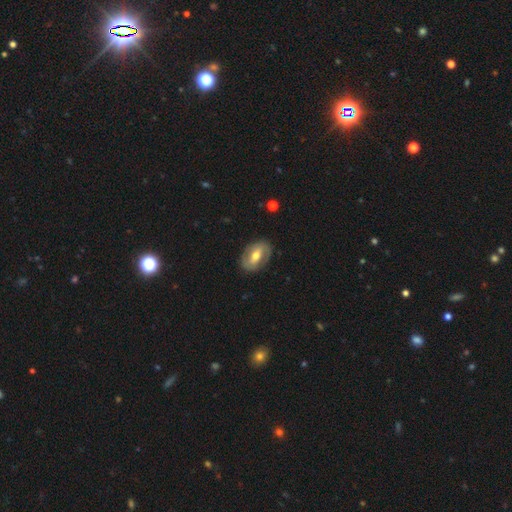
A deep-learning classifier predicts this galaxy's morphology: smooth_or_featured: featured or disk (p=0.61) [alt: smooth p=0.33]
disk_edge_on: no (p=0.93) [alt: yes p=0.07]
bar: weak (p=0.40) [alt: strong p=0.36]
has_spiral_arms: yes (p=0.62) [alt: no p=0.38]
bulge_size: moderate (p=0.72) [alt: small p=0.19]
merging: none (p=0.82) [alt: minor disturbance p=0.13]